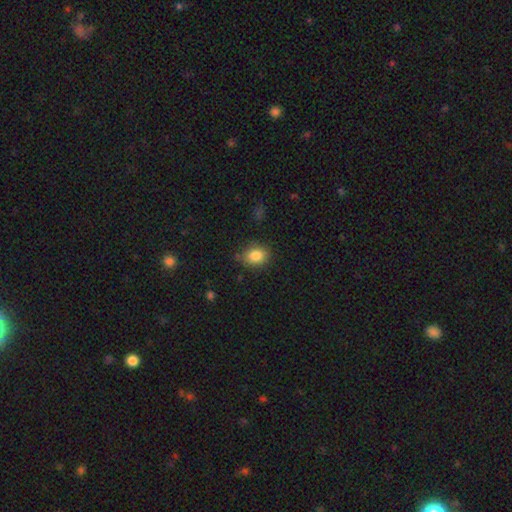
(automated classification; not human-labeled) smooth-or-featured: smooth: 84% | star or artifact: 9% | featured or disk: 6%
  how-rounded: in between: 50% | round: 49% | cigar-shaped: 1%
  merging: none: 79% | minor disturbance: 16% | major disturbance: 3% | merger: 2%